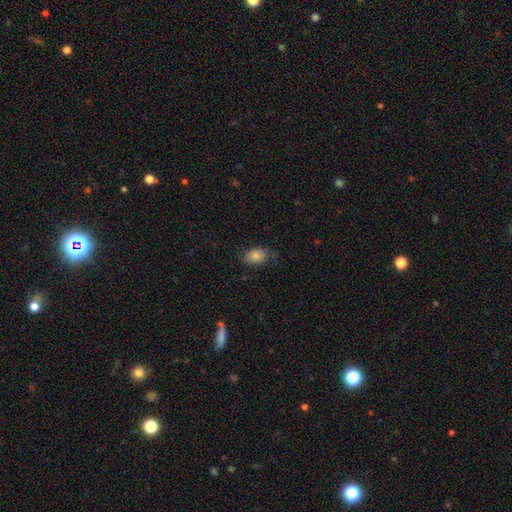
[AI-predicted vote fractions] Smooth or featured? Predicted: smooth (p=0.80). How rounded? Predicted: in between (p=0.82). Merging? Predicted: none (p=0.70).